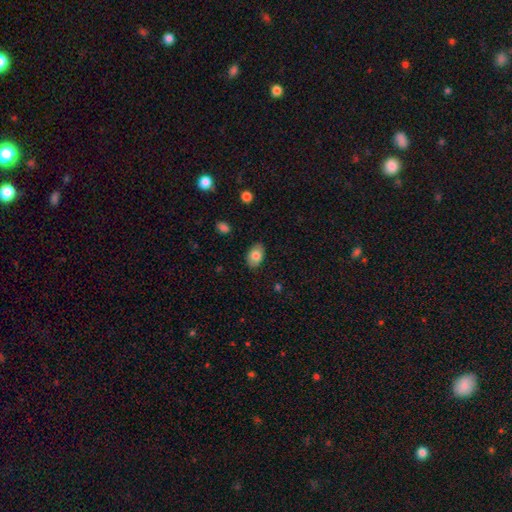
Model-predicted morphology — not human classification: smooth 81%, featured or disk 12%, star or artifact 7%. Down the decision tree: how rounded — in between (89%); merging — none (85%).